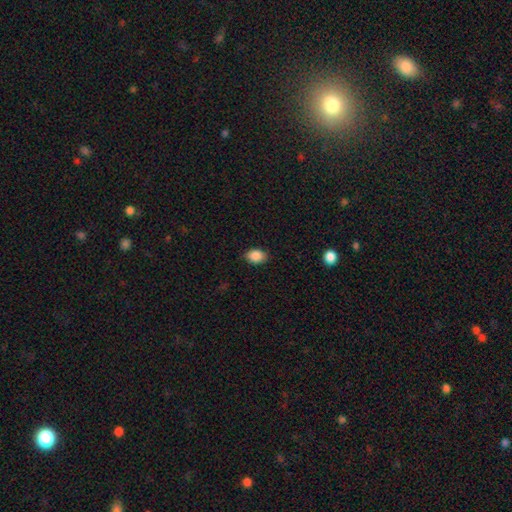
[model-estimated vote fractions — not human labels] Overall: smooth (88%). How rounded: in between (77%). Merging: none (85%).